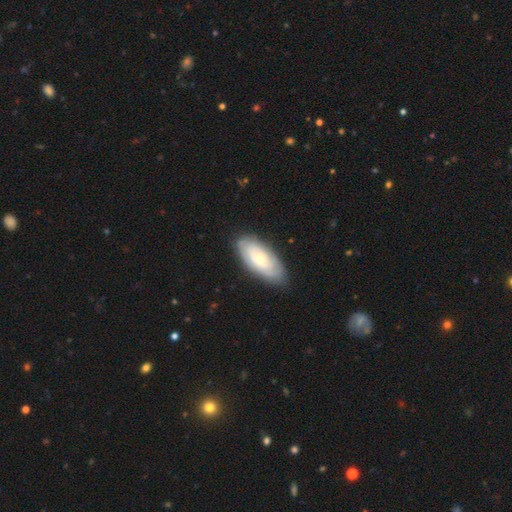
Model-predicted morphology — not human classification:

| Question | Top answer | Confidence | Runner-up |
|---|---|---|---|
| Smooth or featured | smooth | 50% | featured or disk (42%) |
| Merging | none | 84% | minor disturbance (12%) |